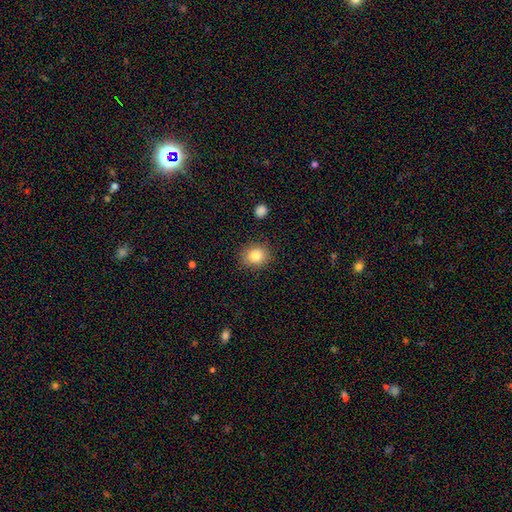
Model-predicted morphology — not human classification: Smooth or featured? Predicted: smooth (p=0.82). How rounded? Predicted: round (p=0.72). Merging? Predicted: none (p=0.88).